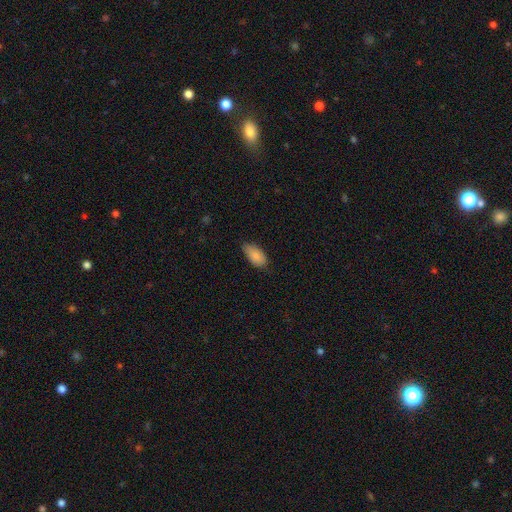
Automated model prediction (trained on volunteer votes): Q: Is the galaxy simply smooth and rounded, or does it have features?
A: smooth — 87%.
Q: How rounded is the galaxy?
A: in between — 93%.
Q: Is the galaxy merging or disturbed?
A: none — 70%.